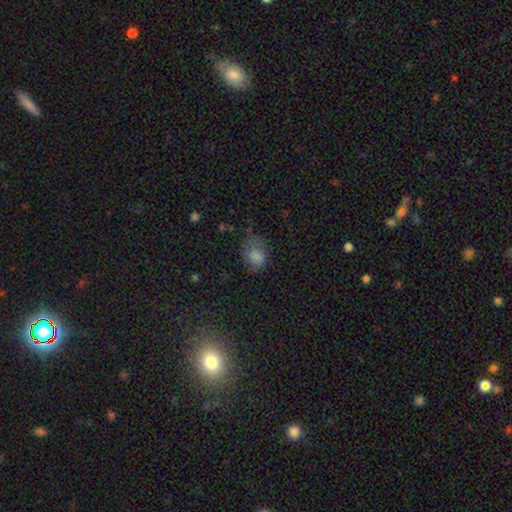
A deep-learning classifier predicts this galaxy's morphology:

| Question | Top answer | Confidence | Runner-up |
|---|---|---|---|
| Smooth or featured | smooth | 78% | star or artifact (11%) |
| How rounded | in between | 51% | round (48%) |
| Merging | none | 49% | minor disturbance (31%) |